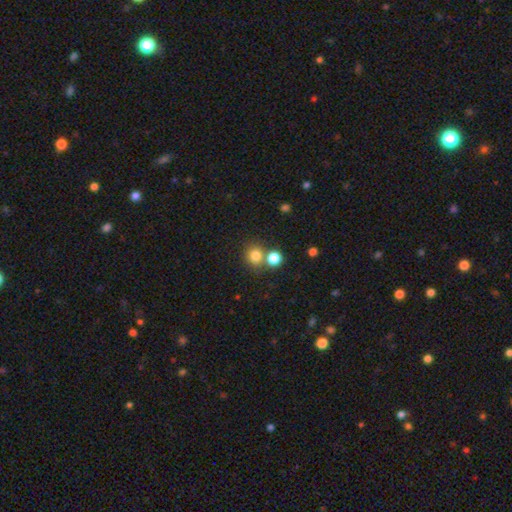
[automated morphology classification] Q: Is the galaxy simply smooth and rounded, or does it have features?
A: smooth — 80%.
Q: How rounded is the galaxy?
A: round — 86%.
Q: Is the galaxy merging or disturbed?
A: none — 63%.